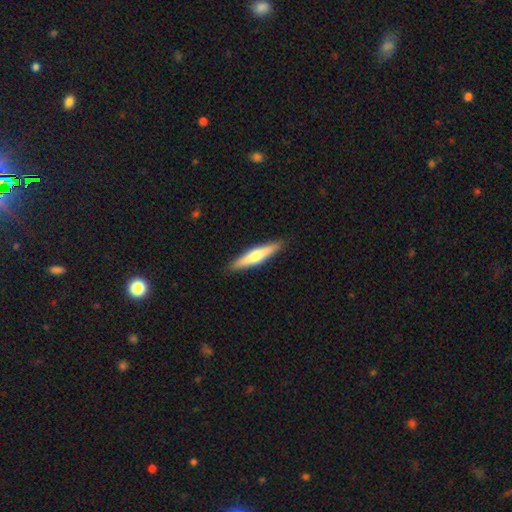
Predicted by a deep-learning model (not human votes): smooth_or_featured: smooth (p=0.52) [alt: featured or disk p=0.43]
how_rounded: cigar-shaped (p=0.88) [alt: in between p=0.11]
merging: none (p=0.90) [alt: minor disturbance p=0.07]